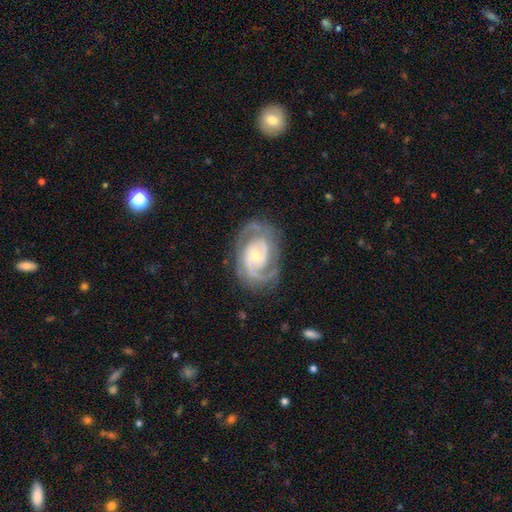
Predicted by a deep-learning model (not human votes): Overall: featured or disk (89%). Edge-on disk: no (97%). Bar: no (61%; weak 30%). Spiral arms: yes (97%). Spiral arm count: 2 (68%). Spiral winding: tight (52%; medium 40%). Bulge size: small (67%). Merging: none (76%).